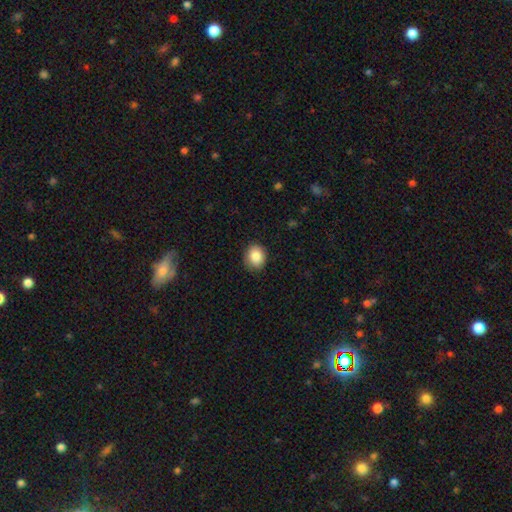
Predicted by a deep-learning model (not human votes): This is clearly a smooth galaxy (87%). How rounded: possibly round (59%). Merging: clearly none (86%).